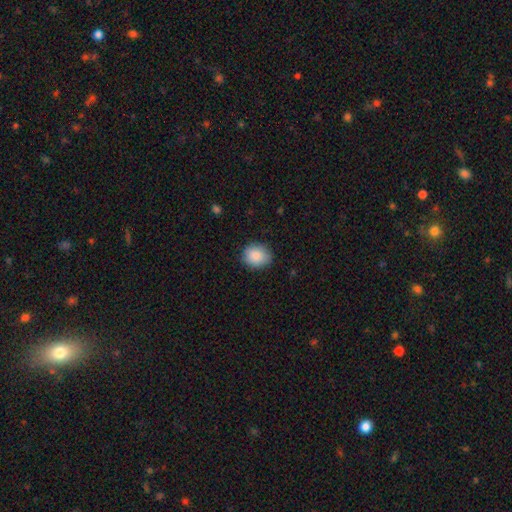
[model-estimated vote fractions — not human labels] Smooth or featured? smooth (88%)
How rounded? round (63%)
Merging? none (84%)